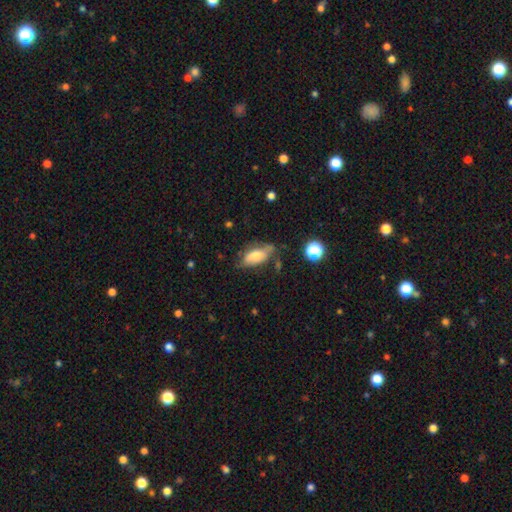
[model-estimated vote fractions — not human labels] Overall: smooth (65%; featured or disk 27%). How rounded: in between (86%). Merging: none (52%; minor disturbance 31%).